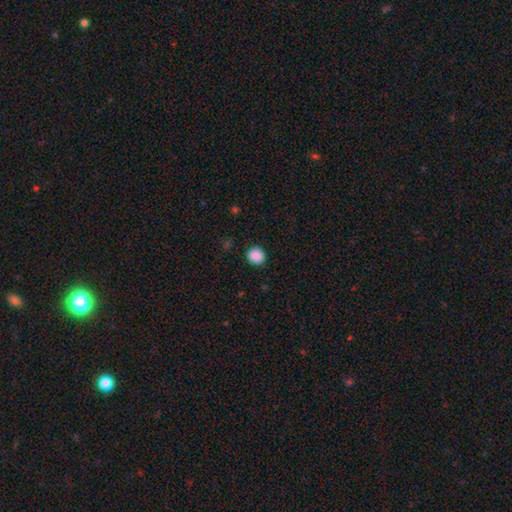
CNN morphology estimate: smooth_or_featured: smooth (p=0.89) [alt: star or artifact p=0.09]
how_rounded: round (p=0.81) [alt: in between p=0.18]
merging: none (p=0.90) [alt: minor disturbance p=0.07]